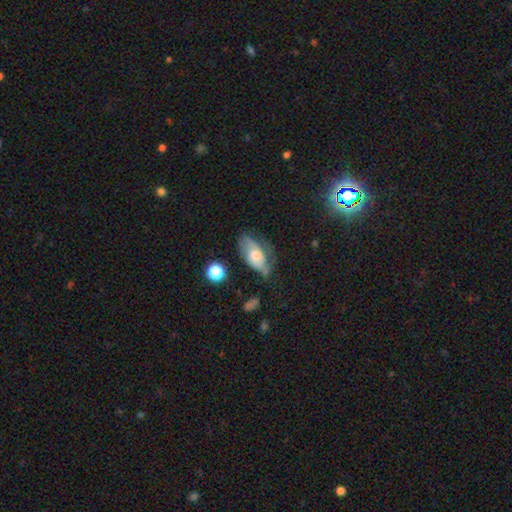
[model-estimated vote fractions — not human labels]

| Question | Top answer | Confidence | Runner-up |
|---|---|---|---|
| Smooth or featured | featured or disk | 54% | smooth (37%) |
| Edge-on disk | no | 90% | yes (10%) |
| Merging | none | 48% | minor disturbance (30%) |